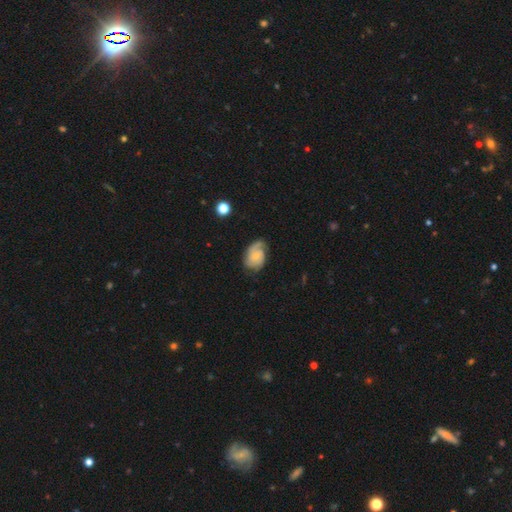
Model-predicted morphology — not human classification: This appears to be a featured or disk galaxy (76%) with no bar (66%), 2 (52%) tight (48%) spiral arms (95%) and a small central bulge (65%). Merging: none (63%).